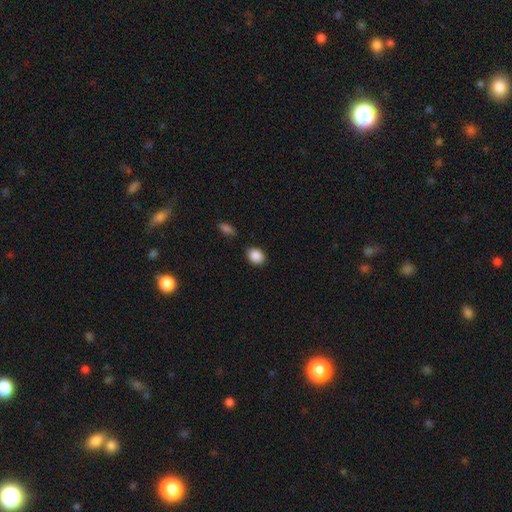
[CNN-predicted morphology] Q: Smooth or featured?
A: smooth (89%); runner-up: star or artifact (8%)
Q: How rounded?
A: in between (59%); runner-up: round (40%)
Q: Merging?
A: none (82%); runner-up: minor disturbance (12%)